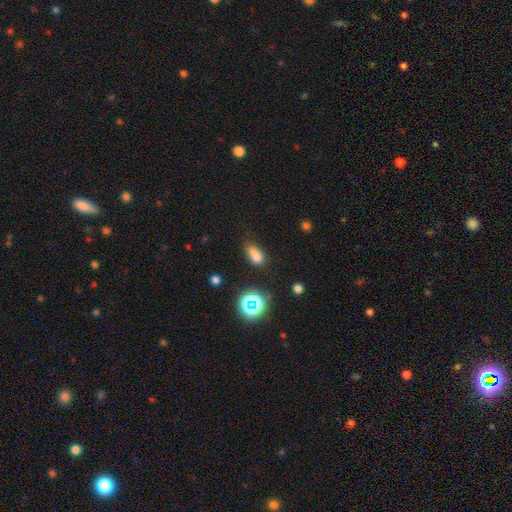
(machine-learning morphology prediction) smooth_or_featured: smooth (p=0.72) [alt: star or artifact p=0.19]
how_rounded: in between (p=0.79) [alt: round p=0.14]
merging: none (p=0.50) [alt: minor disturbance p=0.30]